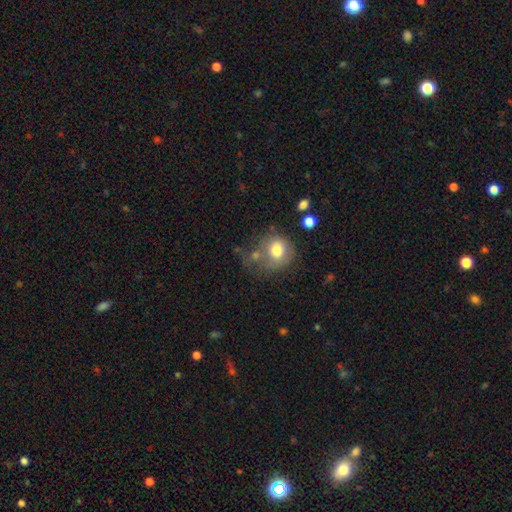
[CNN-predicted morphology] A smooth galaxy with no disk features (74%) that is round (76%). Merging: none (49%).